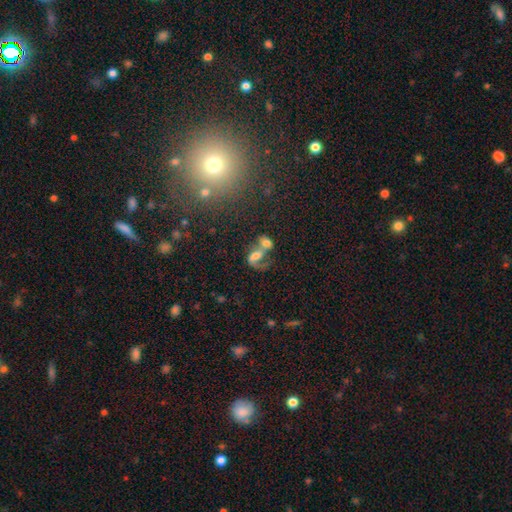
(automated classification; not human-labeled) This is possibly a featured or disk galaxy (53%). It is clearly not viewed edge-on (96%). Bar: possibly no (51%). Spiral arm pattern: likely yes (74%). Central bulge: marginally moderate (36%). Merging: likely merger (71%).